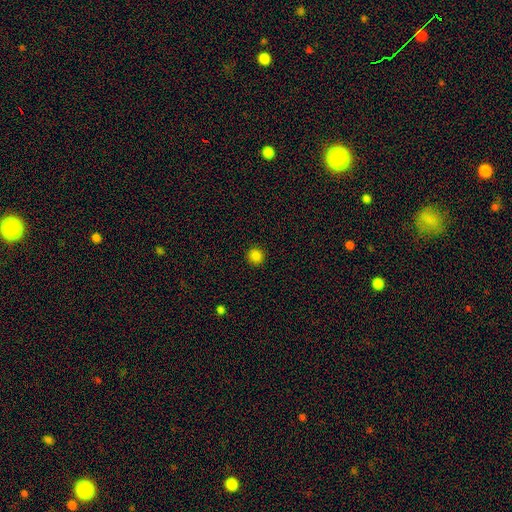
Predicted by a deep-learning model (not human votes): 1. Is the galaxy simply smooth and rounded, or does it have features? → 84% smooth, 13% star or artifact, 3% featured or disk.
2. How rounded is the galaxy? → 93% round, 6% in between, 1% cigar-shaped.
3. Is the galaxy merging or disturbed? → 92% none, 5% minor disturbance, 2% major disturbance, 1% merger.